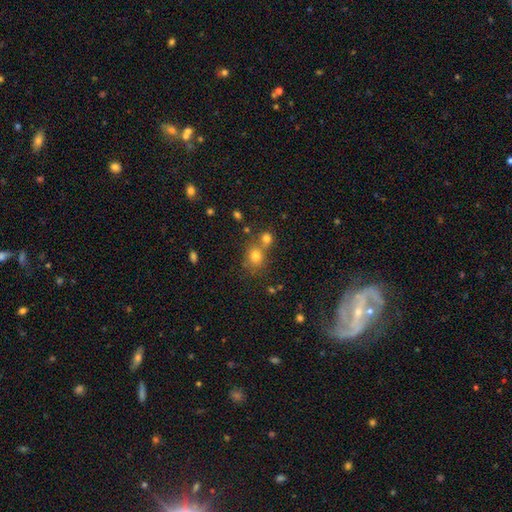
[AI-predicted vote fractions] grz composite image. It shows a smooth galaxy with no disk features (73%) that is round (77%). Merging: none (52%).